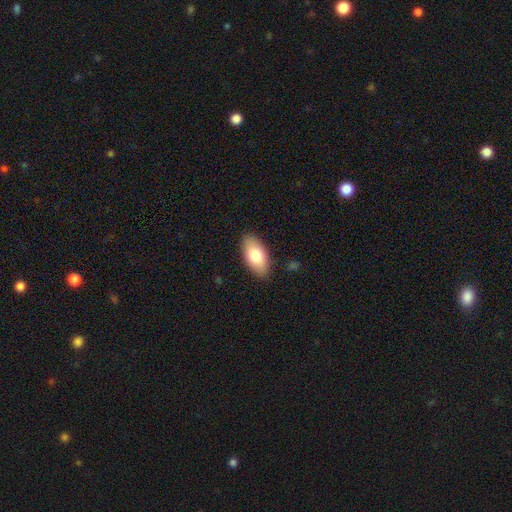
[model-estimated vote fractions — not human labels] Overall: smooth (79%). How rounded: in between (92%). Merging: none (87%).